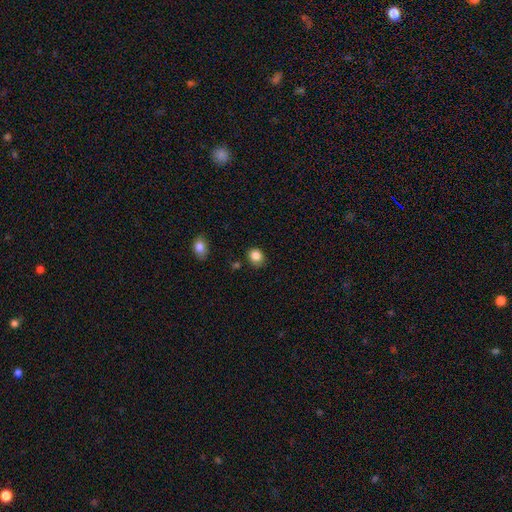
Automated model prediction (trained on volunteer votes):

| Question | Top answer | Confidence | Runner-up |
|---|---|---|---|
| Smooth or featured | smooth | 86% | star or artifact (10%) |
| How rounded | round | 65% | in between (34%) |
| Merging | none | 77% | minor disturbance (17%) |